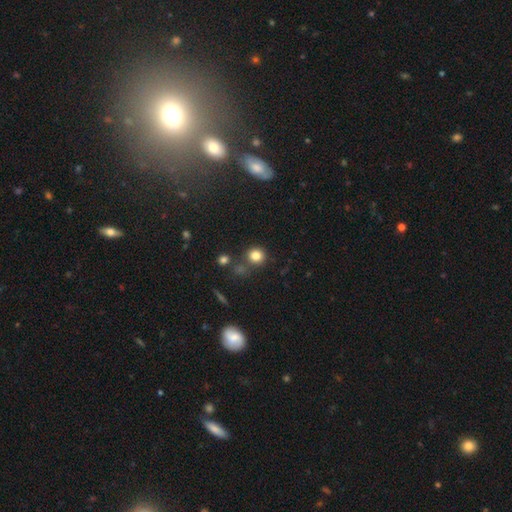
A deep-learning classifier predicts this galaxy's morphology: Overall: smooth (81%). How rounded: round (90%). Merging: none (76%).